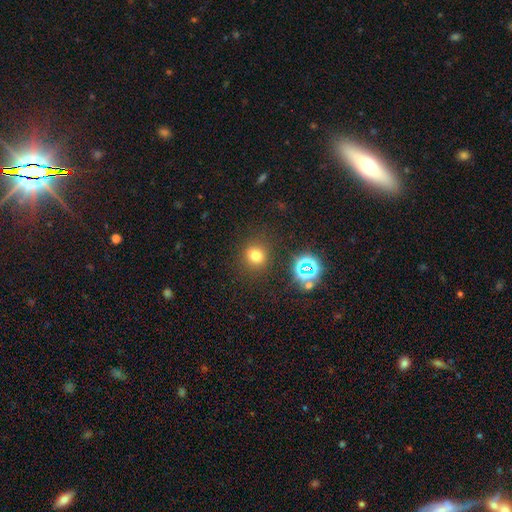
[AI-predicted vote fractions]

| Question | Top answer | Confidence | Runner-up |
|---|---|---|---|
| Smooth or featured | smooth | 71% | star or artifact (21%) |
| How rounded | round | 80% | in between (19%) |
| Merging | none | 84% | minor disturbance (9%) |